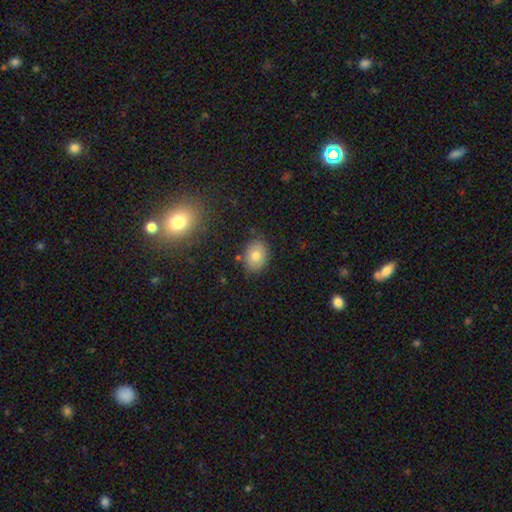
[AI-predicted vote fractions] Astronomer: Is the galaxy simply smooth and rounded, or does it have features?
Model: smooth — 75%.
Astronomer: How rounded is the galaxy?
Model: in between — 62%.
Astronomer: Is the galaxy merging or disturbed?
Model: none — 83%.